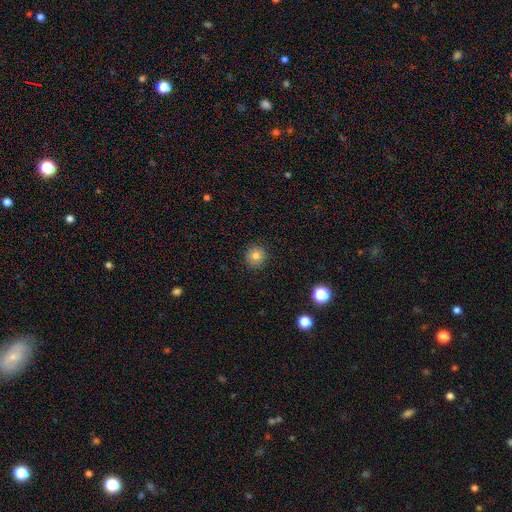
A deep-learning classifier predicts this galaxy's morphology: smooth 78%, star or artifact 12%, featured or disk 9%. Down the decision tree: how rounded — round (93%); merging — none (90%).